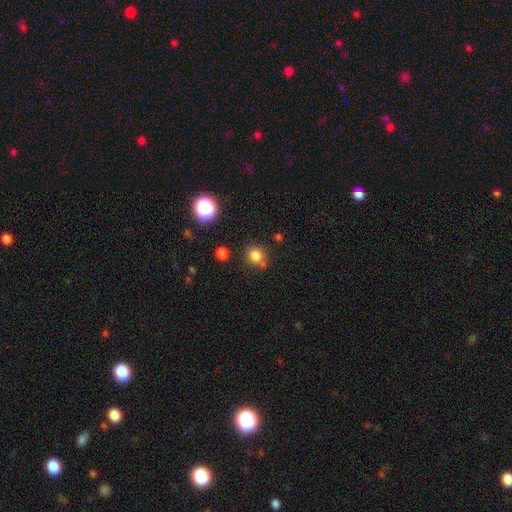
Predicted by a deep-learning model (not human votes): A smooth galaxy with no disk features (80%) that is round (84%). Merging: none (70%).